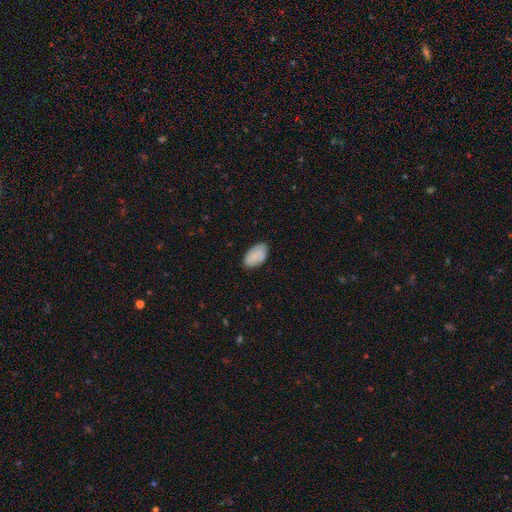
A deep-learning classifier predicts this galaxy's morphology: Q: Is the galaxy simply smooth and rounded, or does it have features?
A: smooth — 76%.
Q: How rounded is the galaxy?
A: in between — 93%.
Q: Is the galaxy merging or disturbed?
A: none — 77%.